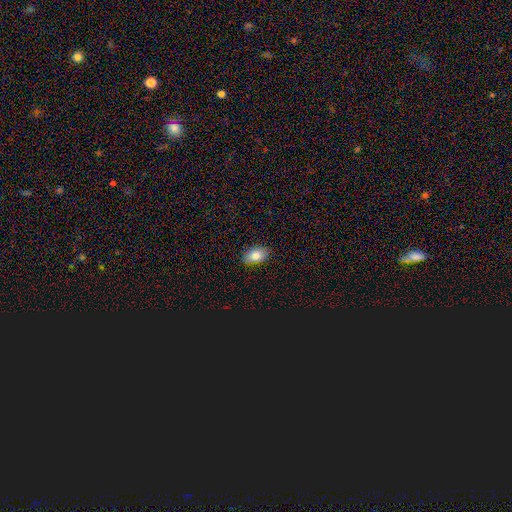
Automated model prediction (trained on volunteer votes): Smooth or featured: smooth — 82% (featured or disk — 10%)
How rounded: in between — 91% (round — 8%)
Merging: none — 87% (minor disturbance — 10%)